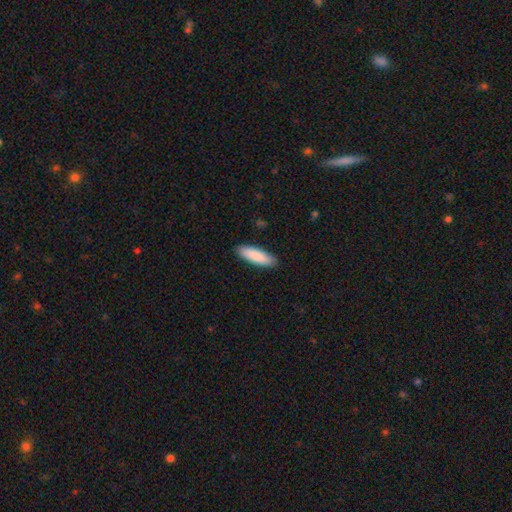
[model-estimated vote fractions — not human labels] This is clearly a smooth galaxy (88%). How rounded: possibly cigar-shaped (51%). Merging: clearly none (89%).